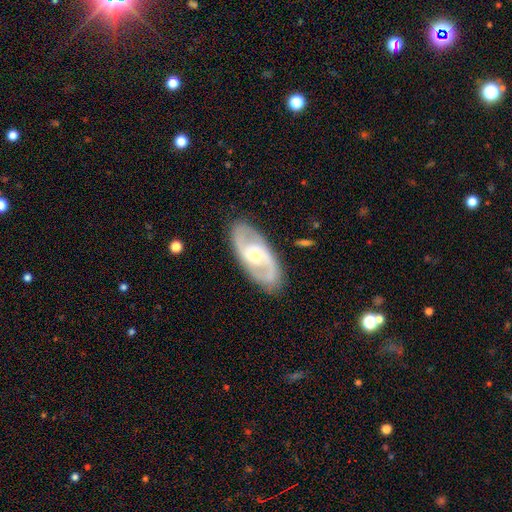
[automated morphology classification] smooth_or_featured: featured or disk (p=0.83) [alt: smooth p=0.13]
disk_edge_on: no (p=0.94) [alt: yes p=0.06]
bar: no (p=0.49) [alt: weak p=0.39]
has_spiral_arms: yes (p=0.92) [alt: no p=0.08]
spiral_winding: medium (p=0.51) [alt: tight p=0.29]
spiral_arm_count: 2 (p=0.88) [alt: can't tell p=0.06]
bulge_size: moderate (p=0.51) [alt: small p=0.42]
merging: none (p=0.85) [alt: minor disturbance p=0.10]